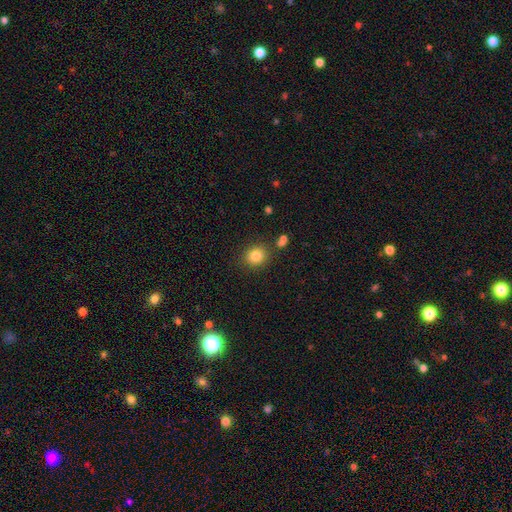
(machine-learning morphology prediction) smooth_or_featured: smooth (p=0.83) [alt: star or artifact p=0.11]
how_rounded: round (p=0.78) [alt: in between p=0.21]
merging: none (p=0.83) [alt: minor disturbance p=0.09]